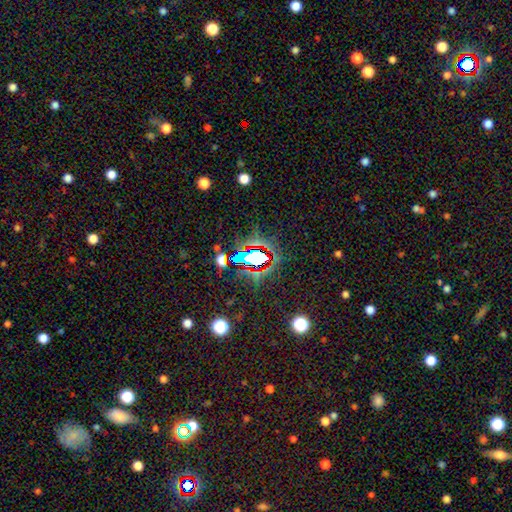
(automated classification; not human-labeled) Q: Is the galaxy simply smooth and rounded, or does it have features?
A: star or artifact — 69%.